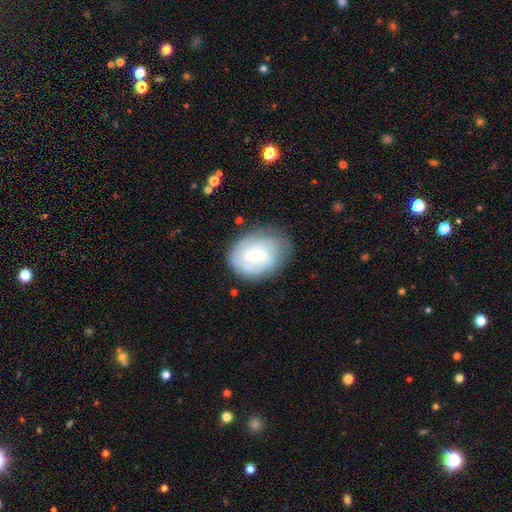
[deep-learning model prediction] This appears to be a featured or disk galaxy (71%) with a weak bar (48%), can't tell (34%, tied with 2) tight (52%) spiral arms (89%) and a small central bulge (64%). Merging: none (71%).